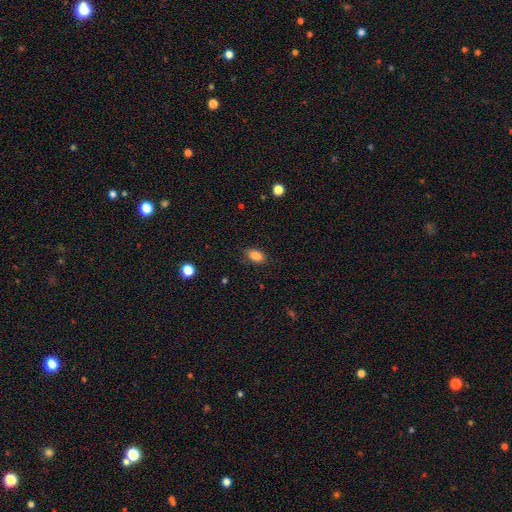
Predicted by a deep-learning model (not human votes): This is clearly a smooth galaxy (86%). How rounded: clearly in between (88%). Merging: clearly none (85%).